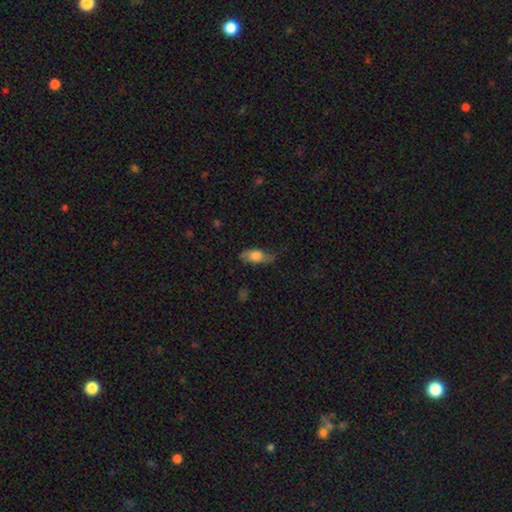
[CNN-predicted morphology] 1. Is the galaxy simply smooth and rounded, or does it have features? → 66% smooth, 26% featured or disk, 7% star or artifact.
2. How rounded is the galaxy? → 83% in between, 12% cigar-shaped, 5% round.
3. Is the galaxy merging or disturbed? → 48% none, 33% minor disturbance, 17% major disturbance, 2% merger.